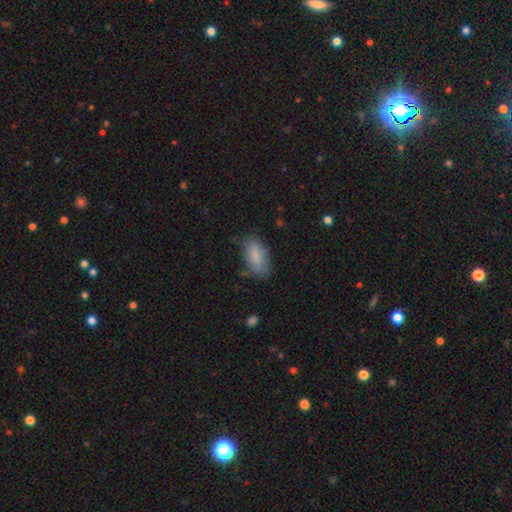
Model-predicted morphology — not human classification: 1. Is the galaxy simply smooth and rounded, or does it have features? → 83% smooth, 10% featured or disk, 7% star or artifact.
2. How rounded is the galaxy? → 88% in between, 9% cigar-shaped, 3% round.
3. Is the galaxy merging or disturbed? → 69% none, 23% minor disturbance, 6% major disturbance, 2% merger.